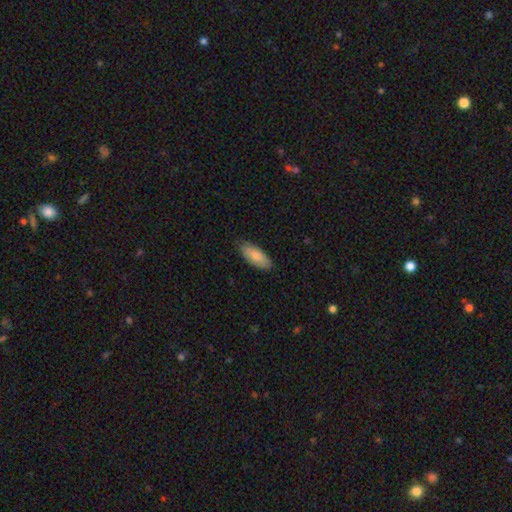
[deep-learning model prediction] Smooth or featured? Predicted: smooth (p=0.85). How rounded? Predicted: in between (p=0.82). Merging? Predicted: none (p=0.83).